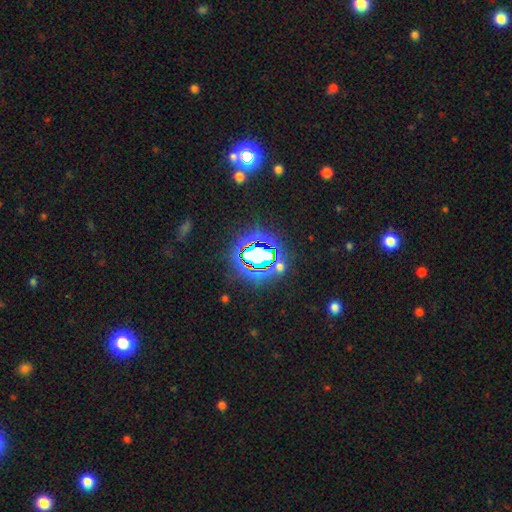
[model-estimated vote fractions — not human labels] Smooth or featured? Predicted: star or artifact (p=0.71).